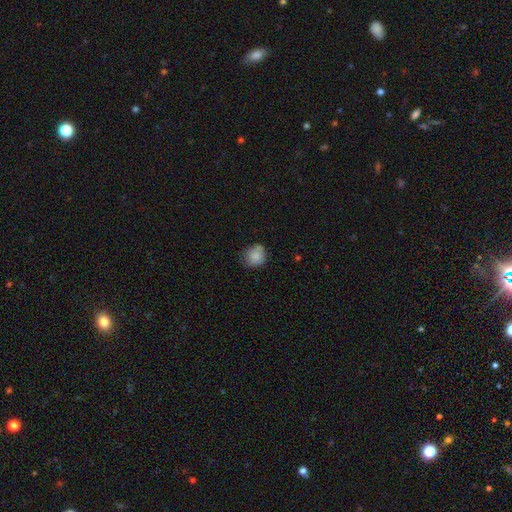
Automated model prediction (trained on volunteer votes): Smooth or featured? smooth (84%)
How rounded? round (83%)
Merging? none (66%)